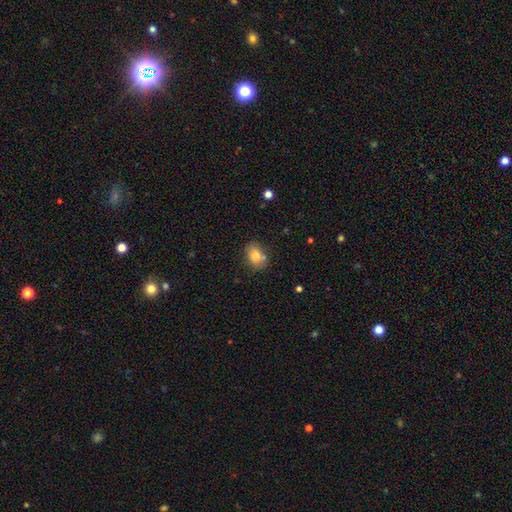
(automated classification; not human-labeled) Q: Smooth or featured?
A: smooth (82%); runner-up: featured or disk (9%)
Q: How rounded?
A: in between (72%); runner-up: round (27%)
Q: Merging?
A: none (69%); runner-up: minor disturbance (19%)